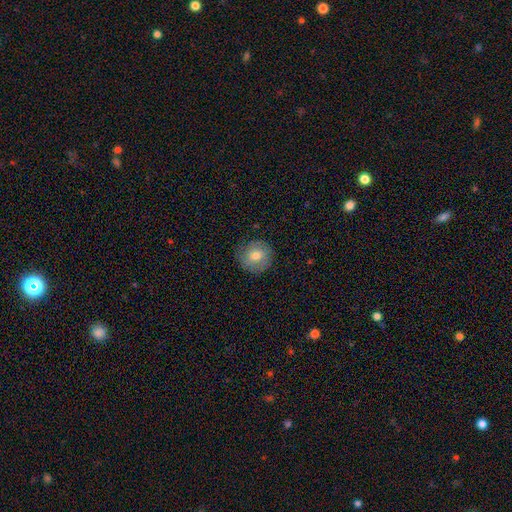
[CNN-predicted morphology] This appears to be a smooth galaxy with no disk features (67%) that is round (92%). Merging: none (82%).